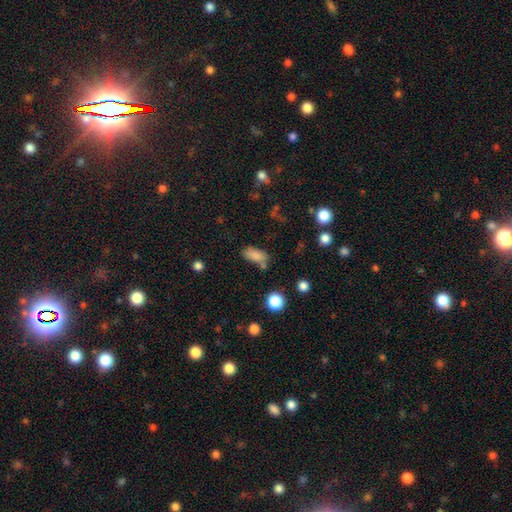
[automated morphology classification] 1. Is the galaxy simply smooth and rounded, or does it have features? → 81% smooth, 11% star or artifact, 8% featured or disk.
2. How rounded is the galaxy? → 87% in between, 8% cigar-shaped, 5% round.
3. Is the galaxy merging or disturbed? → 56% none, 21% minor disturbance, 16% merger, 7% major disturbance.